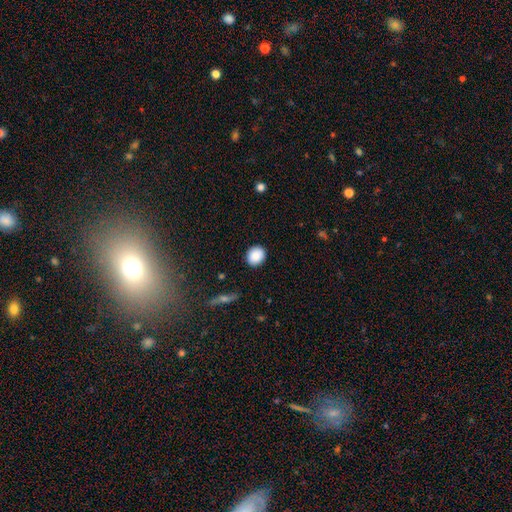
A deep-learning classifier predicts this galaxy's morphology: Smooth or featured?
  - smooth: 88% *
  - star or artifact: 8%
  - featured or disk: 4%
How rounded?
  - round: 70% *
  - in between: 29%
  - cigar-shaped: 1%
Merging?
  - none: 89% *
  - minor disturbance: 7%
  - major disturbance: 2%
  - merger: 1%